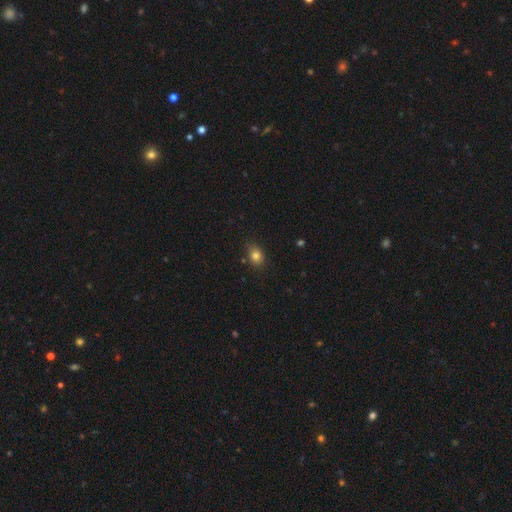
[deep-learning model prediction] This is clearly a smooth galaxy (81%). How rounded: possibly in between (57%). Merging: likely none (77%).